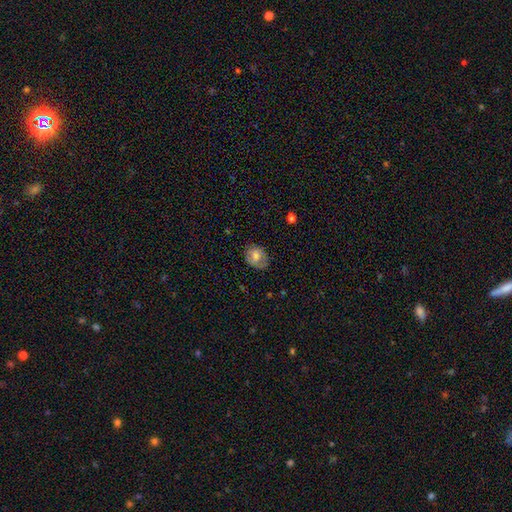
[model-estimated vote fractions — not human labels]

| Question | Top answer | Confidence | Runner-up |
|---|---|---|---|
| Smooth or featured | smooth | 68% | featured or disk (23%) |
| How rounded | round | 52% | in between (47%) |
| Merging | none | 66% | minor disturbance (24%) |